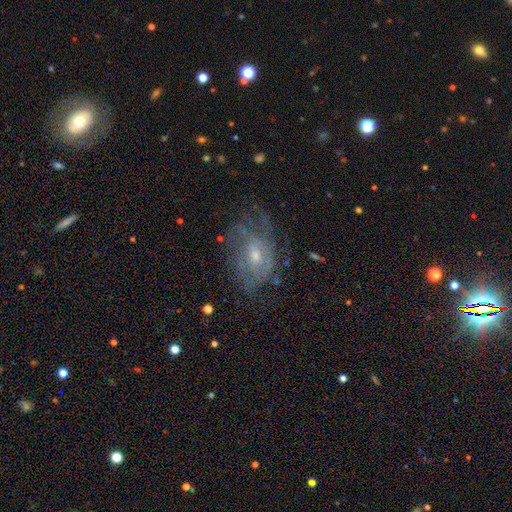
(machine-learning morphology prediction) Smooth or featured? featured or disk (70%)
Edge-on disk? no (96%)
Bar? no (66%)
Spiral arms? yes (69%)
Bulge size? moderate (51%)
Merging? none (53%)